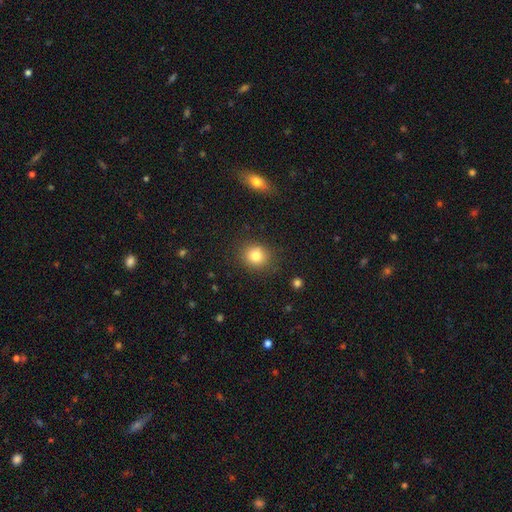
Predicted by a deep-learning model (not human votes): Overall: smooth (81%). How rounded: round (77%). Merging: none (85%).